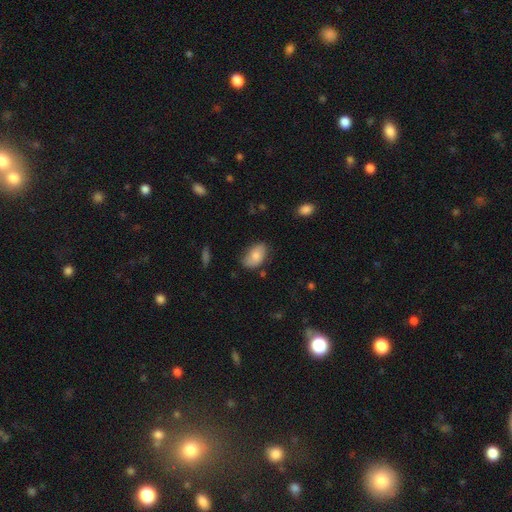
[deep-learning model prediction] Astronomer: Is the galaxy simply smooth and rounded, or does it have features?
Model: smooth — 79%.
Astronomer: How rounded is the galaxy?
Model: in between — 92%.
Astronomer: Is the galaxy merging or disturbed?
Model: none — 71%.